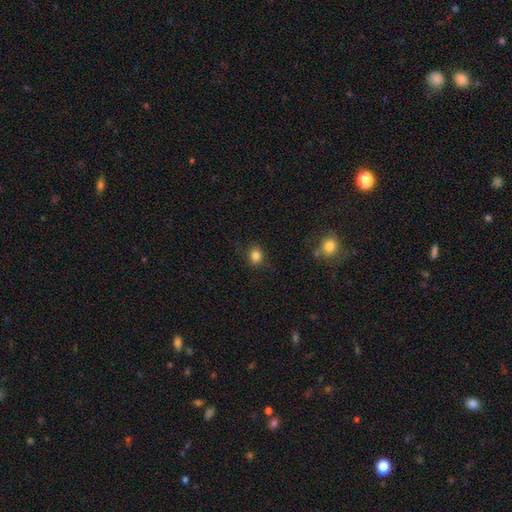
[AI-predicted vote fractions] smooth_or_featured: smooth (p=0.83) [alt: star or artifact p=0.12]
how_rounded: round (p=0.59) [alt: in between p=0.40]
merging: none (p=0.83) [alt: minor disturbance p=0.12]